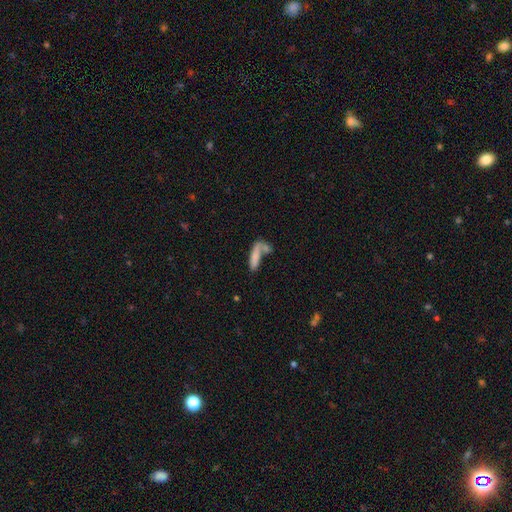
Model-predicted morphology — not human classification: This appears to be a smooth galaxy with no disk features (75%) that is cigar-shaped (63%). Merging: merger (45%).